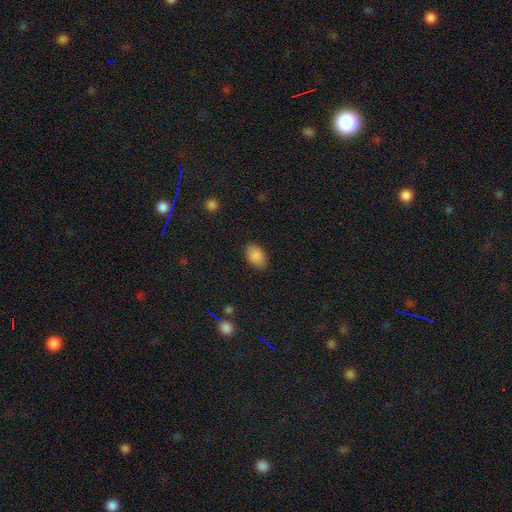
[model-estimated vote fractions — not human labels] Overall: smooth (88%). How rounded: in between (89%). Merging: none (86%).